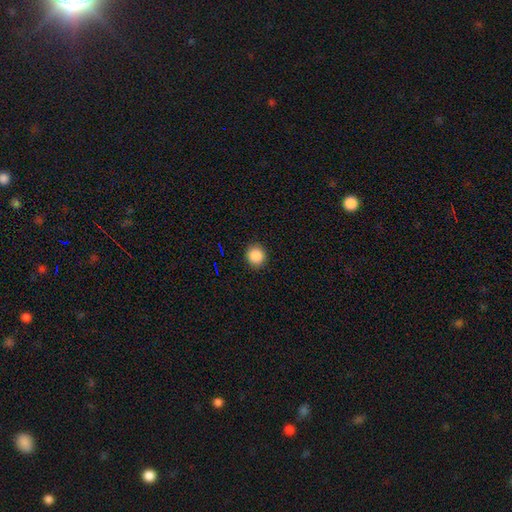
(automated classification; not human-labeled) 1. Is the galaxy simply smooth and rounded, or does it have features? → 87% smooth, 10% star or artifact, 3% featured or disk.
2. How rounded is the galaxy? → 91% round, 8% in between, 1% cigar-shaped.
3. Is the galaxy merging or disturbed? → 91% none, 6% minor disturbance, 2% major disturbance, 1% merger.